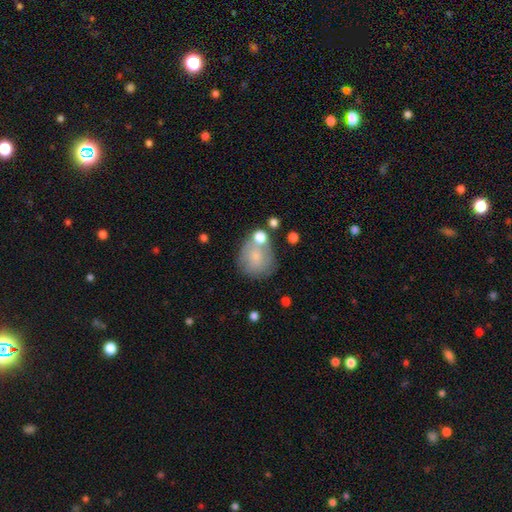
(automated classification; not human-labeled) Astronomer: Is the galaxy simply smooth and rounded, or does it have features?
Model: smooth — 71%.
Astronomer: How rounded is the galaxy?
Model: round — 79%.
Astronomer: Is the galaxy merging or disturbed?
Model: none — 54%.